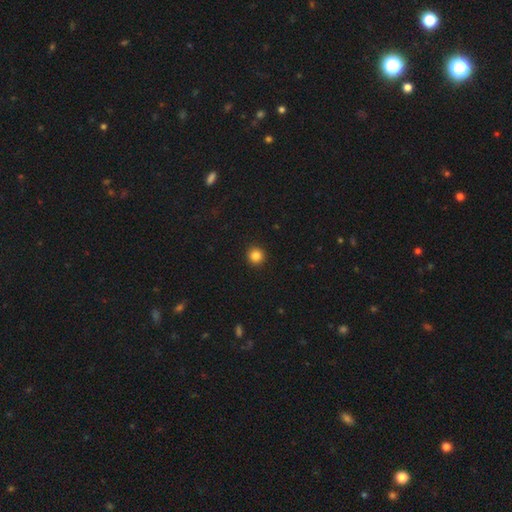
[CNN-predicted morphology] smooth-or-featured: smooth: 85% | star or artifact: 11% | featured or disk: 4%
  how-rounded: round: 95% | in between: 4% | cigar-shaped: 1%
  merging: none: 93% | minor disturbance: 4% | major disturbance: 1% | merger: 1%